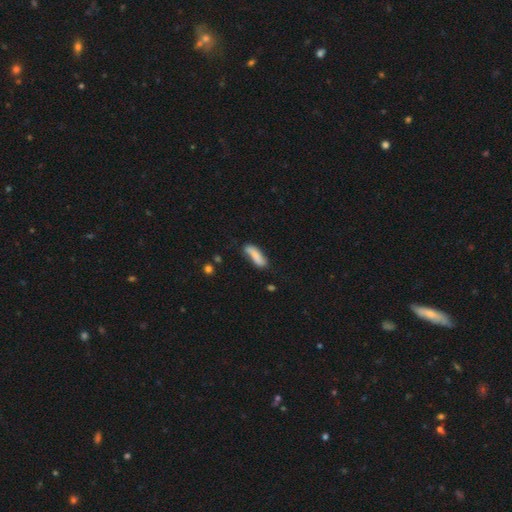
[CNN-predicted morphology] Q: Smooth or featured?
A: smooth (77%); runner-up: featured or disk (16%)
Q: How rounded?
A: cigar-shaped (50%); runner-up: in between (48%)
Q: Merging?
A: none (60%); runner-up: minor disturbance (27%)